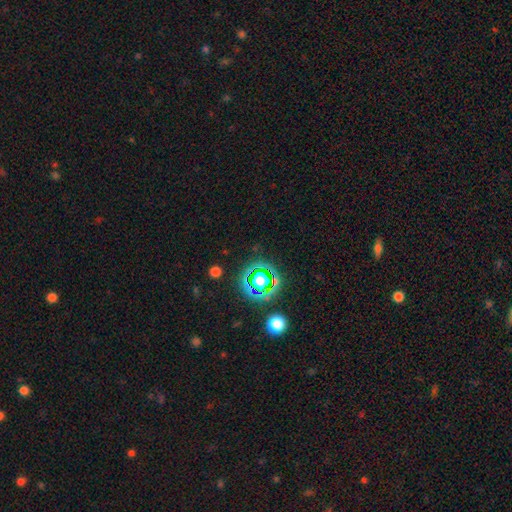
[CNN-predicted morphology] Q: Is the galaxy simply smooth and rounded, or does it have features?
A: star or artifact — 75%.